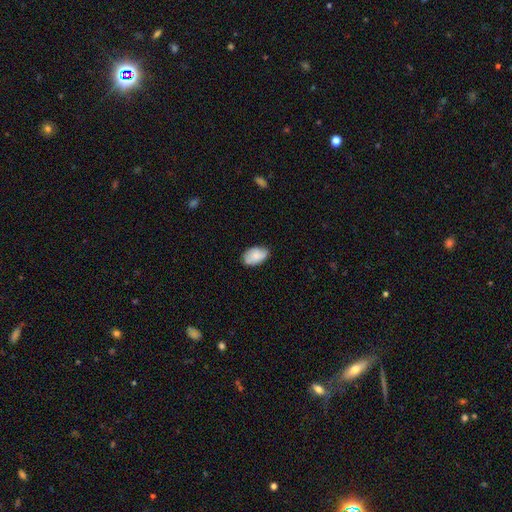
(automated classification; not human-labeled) Morphology: type=smooth (78%); roundness=in between (91%); merging=none (69%).